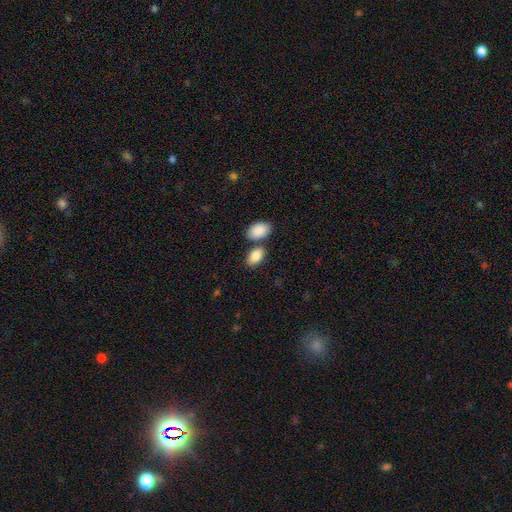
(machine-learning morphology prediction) Smooth or featured?
  - smooth: 87% *
  - featured or disk: 7%
  - star or artifact: 6%
How rounded?
  - in between: 92% *
  - round: 6%
  - cigar-shaped: 2%
Merging?
  - none: 60% *
  - merger: 25%
  - minor disturbance: 11%
  - major disturbance: 3%